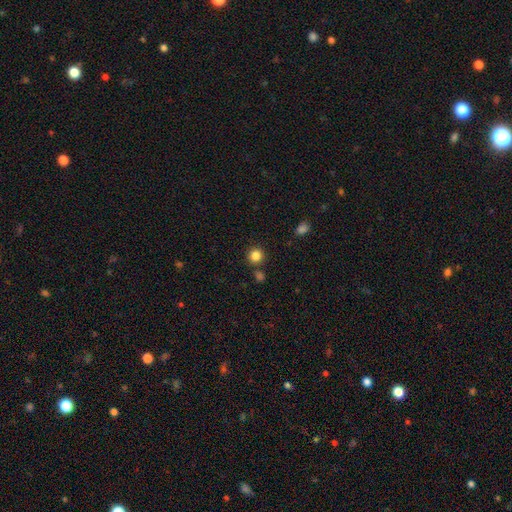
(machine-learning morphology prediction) smooth_or_featured: smooth (p=0.84) [alt: star or artifact p=0.12]
how_rounded: round (p=0.94) [alt: in between p=0.05]
merging: none (p=0.84) [alt: minor disturbance p=0.07]